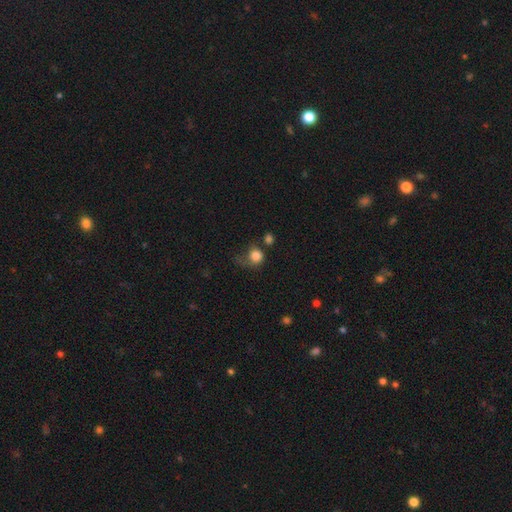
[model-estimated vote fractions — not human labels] Q: Smooth or featured?
A: smooth (81%); runner-up: star or artifact (10%)
Q: How rounded?
A: round (78%); runner-up: in between (21%)
Q: Merging?
A: none (33%); runner-up: major disturbance (31%)